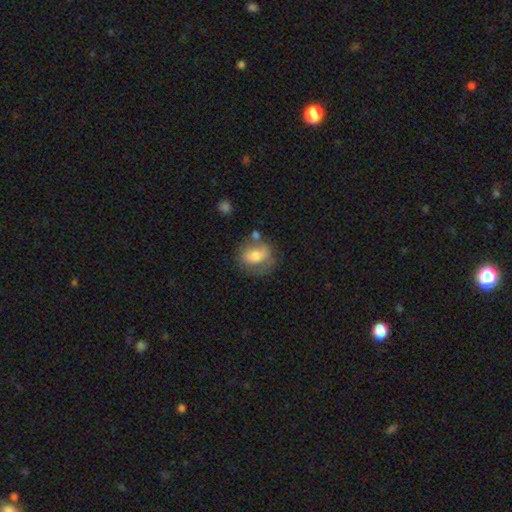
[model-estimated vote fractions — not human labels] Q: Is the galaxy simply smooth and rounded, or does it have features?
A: smooth — 61%.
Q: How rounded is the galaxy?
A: round — 52%.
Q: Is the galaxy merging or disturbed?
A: none — 58%.